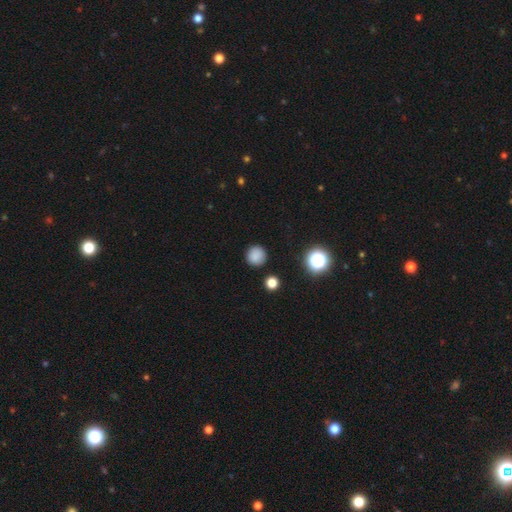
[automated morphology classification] smooth-or-featured: smooth: 83% | star or artifact: 13% | featured or disk: 4%
  how-rounded: round: 94% | in between: 5% | cigar-shaped: 1%
  merging: none: 89% | minor disturbance: 7% | major disturbance: 2% | merger: 2%